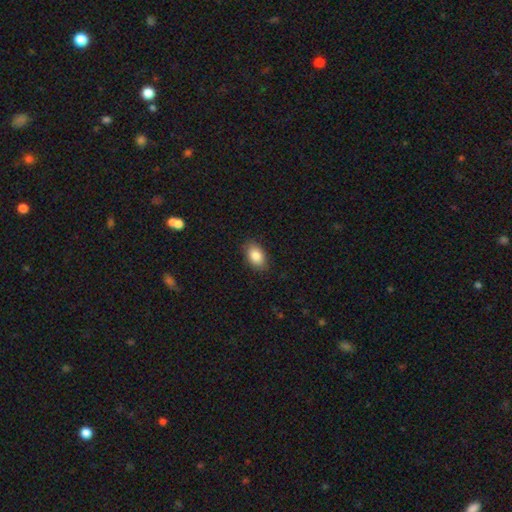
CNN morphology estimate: type=smooth (85%); roundness=in between (87%); merging=none (86%).